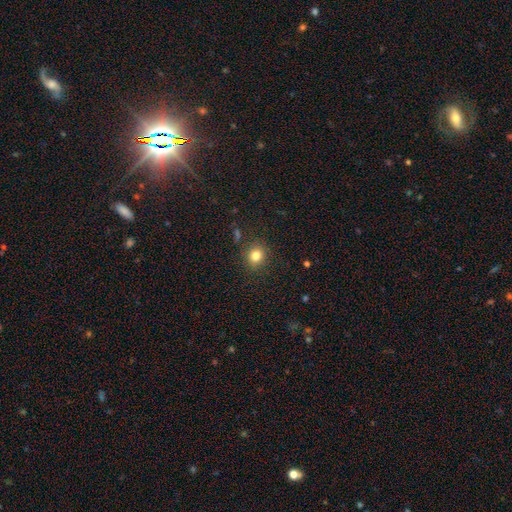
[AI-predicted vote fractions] smooth 81%, star or artifact 12%, featured or disk 6%. Down the decision tree: how rounded — round (78%); merging — none (87%).